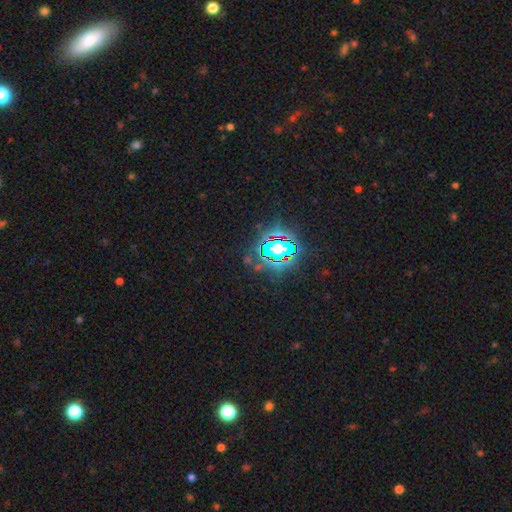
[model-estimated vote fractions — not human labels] The model was most divided on "smooth or featured": star or artifact: 81%, smooth: 11%, featured or disk: 7%.